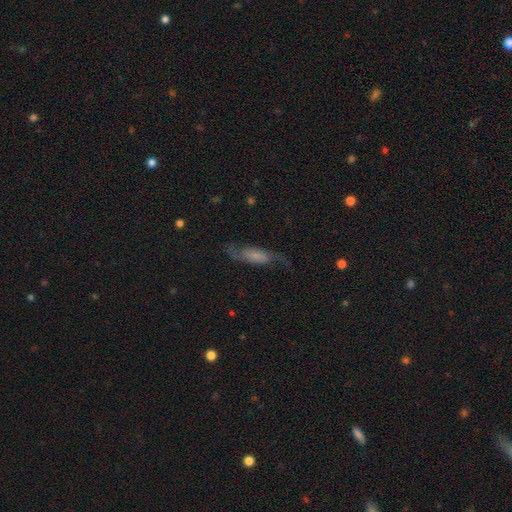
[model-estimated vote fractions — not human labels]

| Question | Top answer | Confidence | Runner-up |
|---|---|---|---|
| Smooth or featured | featured or disk | 71% | smooth (20%) |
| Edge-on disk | no | 87% | yes (13%) |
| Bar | no | 52% | weak (34%) |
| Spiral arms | yes | 94% | no (6%) |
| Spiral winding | loose | 54% | medium (35%) |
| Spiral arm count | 2 | 90% | can't tell (5%) |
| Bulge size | small | 42% | none (28%) |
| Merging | none | 67% | minor disturbance (18%) |